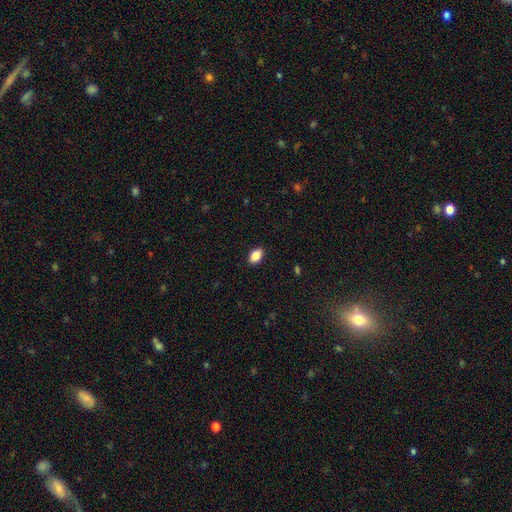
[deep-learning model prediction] Morphology: type=smooth (87%); roundness=in between (87%); merging=none (90%).